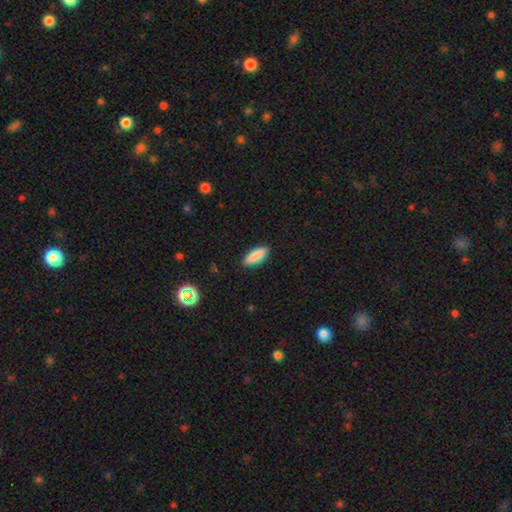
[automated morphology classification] Smooth or featured? Predicted: smooth (p=0.87). How rounded? Predicted: in between (p=0.65). Merging? Predicted: none (p=0.89).